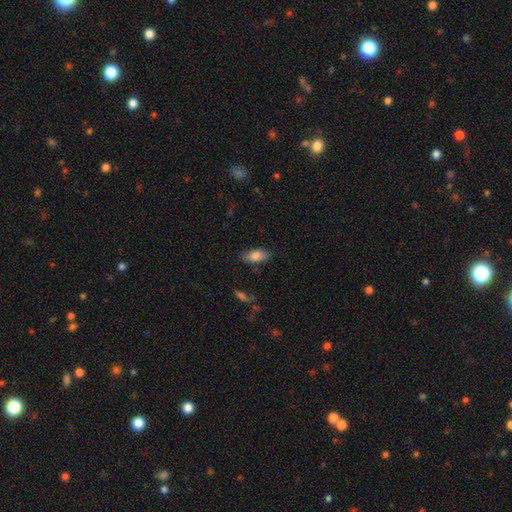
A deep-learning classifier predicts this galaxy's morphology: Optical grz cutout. It shows a smooth galaxy with no disk features (81%) that is in between round and cigar-shaped (86%). Merging: none (84%).